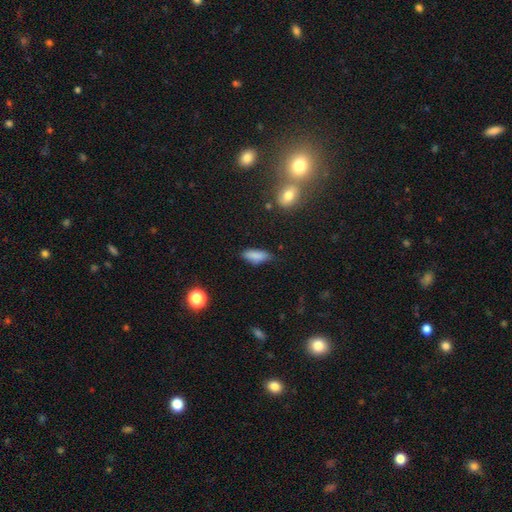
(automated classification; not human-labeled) A smooth galaxy with no disk features (83%) that is in between round and cigar-shaped (68%).

Vote fractions:
- Smooth or featured? smooth: 83% / star or artifact: 9% / featured or disk: 8%
- How rounded? in between: 68% / cigar-shaped: 29% / round: 3%
- Merging? none: 69% / minor disturbance: 24% / major disturbance: 5% / merger: 2%